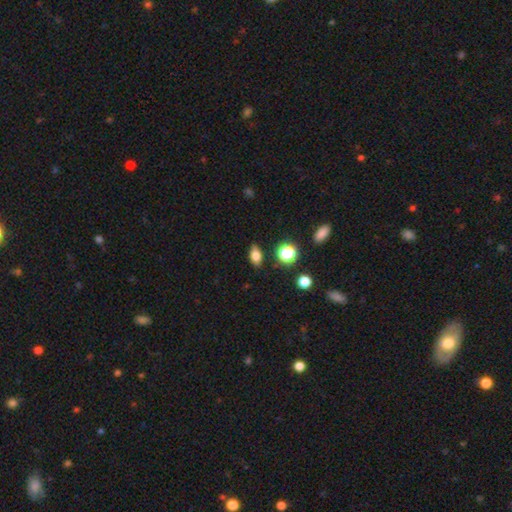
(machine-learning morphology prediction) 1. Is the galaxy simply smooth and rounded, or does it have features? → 74% smooth, 13% featured or disk, 13% star or artifact.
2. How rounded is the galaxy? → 78% in between, 15% round, 7% cigar-shaped.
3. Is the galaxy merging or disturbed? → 85% none, 11% minor disturbance, 3% major disturbance, 2% merger.